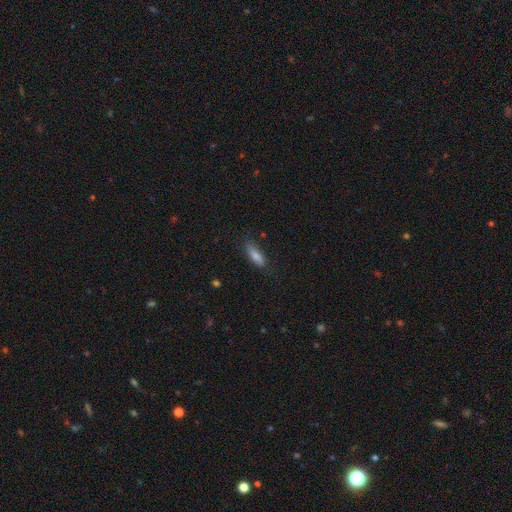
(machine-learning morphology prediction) Smooth or featured?
  - smooth: 76% *
  - featured or disk: 16%
  - star or artifact: 8%
How rounded?
  - cigar-shaped: 54% *
  - in between: 44%
  - round: 2%
Merging?
  - none: 73% *
  - minor disturbance: 21%
  - major disturbance: 4%
  - merger: 1%